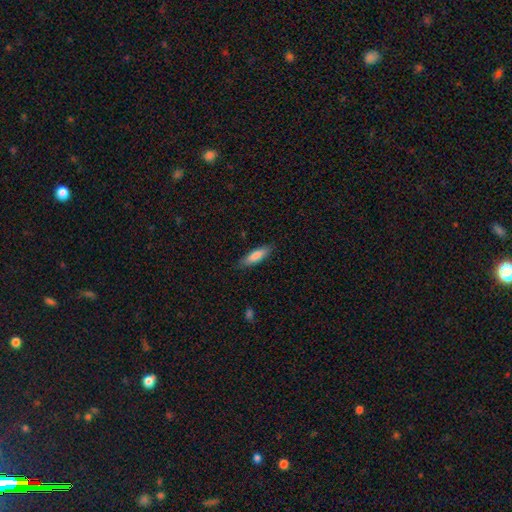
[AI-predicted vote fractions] A smooth galaxy with no disk features (82%) that is cigar-shaped (58%). Merging: none (85%).